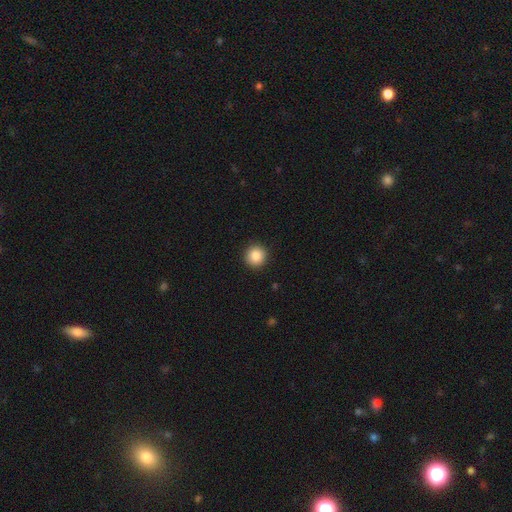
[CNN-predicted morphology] The model was most divided on "smooth or featured": smooth: 87%, star or artifact: 9%, featured or disk: 4%. More confident: how rounded — round (94%); merging — none (93%).